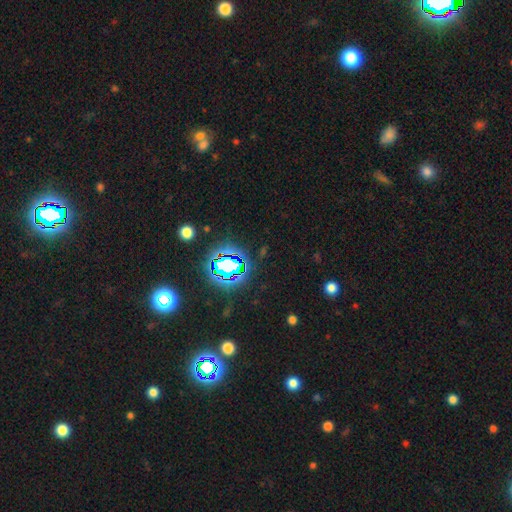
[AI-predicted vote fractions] A star or artifact, not a galaxy (78%).